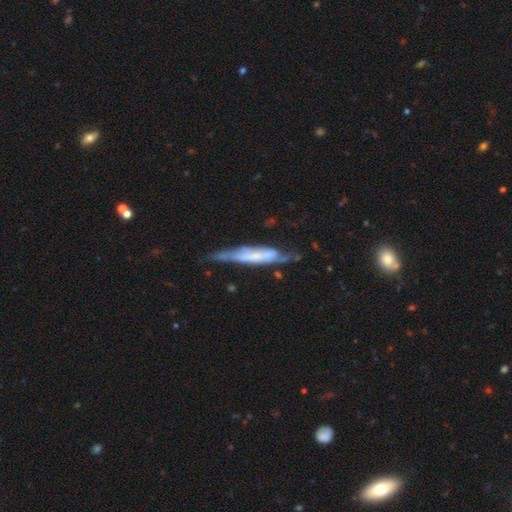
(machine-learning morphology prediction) The model was most divided on "merging": none: 52%, minor disturbance: 30%, major disturbance: 14%, merger: 4%. More confident: edge-on disk — yes (70%); smooth or featured — featured or disk (62%).